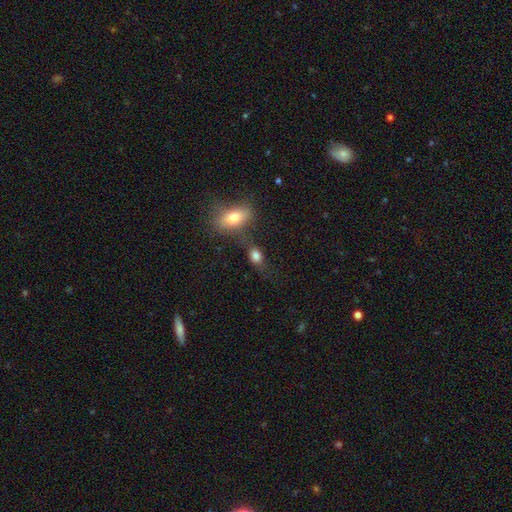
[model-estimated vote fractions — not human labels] This appears to be a smooth galaxy with no disk features (81%) that is in between round and cigar-shaped (75%). Merging: none (53%).